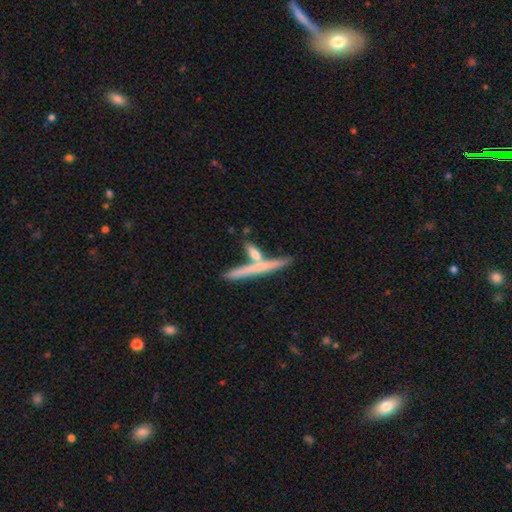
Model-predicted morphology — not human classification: Smooth or featured? smooth (54%)
How rounded? cigar-shaped (86%)
Merging? none (57%)